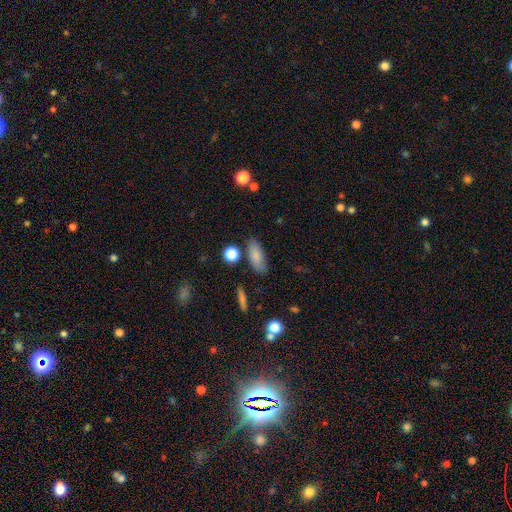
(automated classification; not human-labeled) Q: Smooth or featured?
A: smooth (82%); runner-up: featured or disk (10%)
Q: How rounded?
A: in between (75%); runner-up: cigar-shaped (20%)
Q: Merging?
A: none (80%); runner-up: minor disturbance (12%)